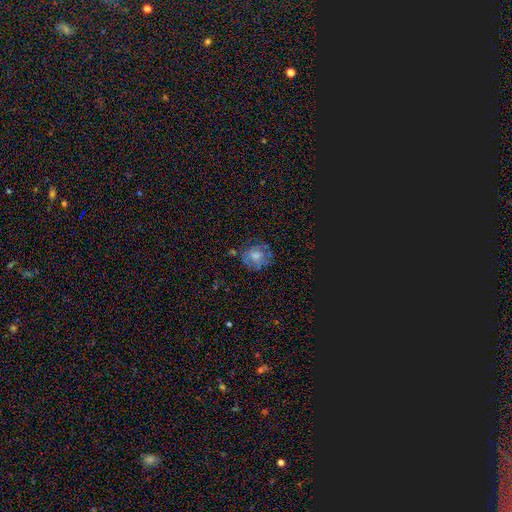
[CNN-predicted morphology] A smooth galaxy with no disk features (45%). Merging: none (73%).